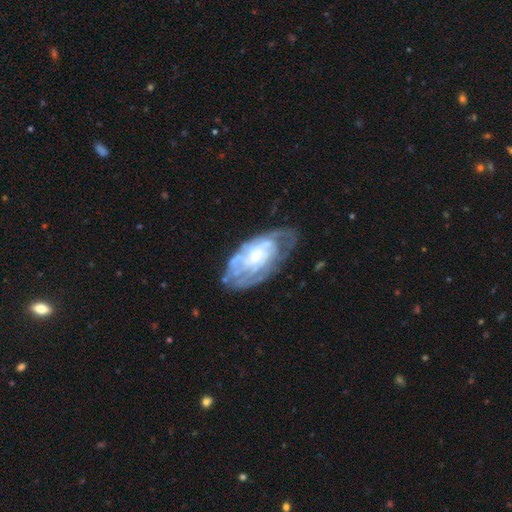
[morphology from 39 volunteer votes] A featured or disk galaxy (82%) with no bar (73%), tight (68%) spiral arms (93%) and a small central bulge (63%). Merging: none (68%).